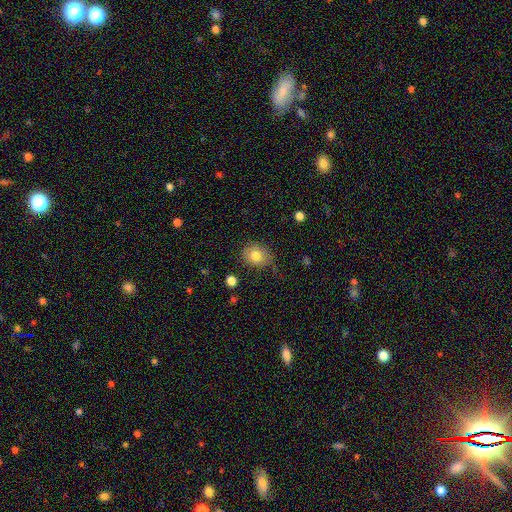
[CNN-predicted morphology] A smooth galaxy with no disk features (80%) that is round (58%). Merging: none (71%).